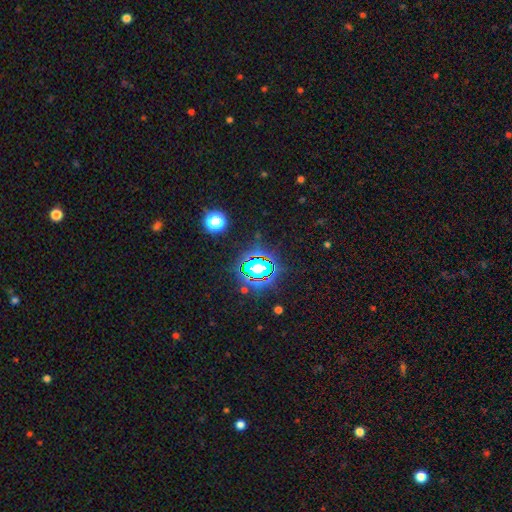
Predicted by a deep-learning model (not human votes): This is likely a star or artifact rather than a galaxy (78%).